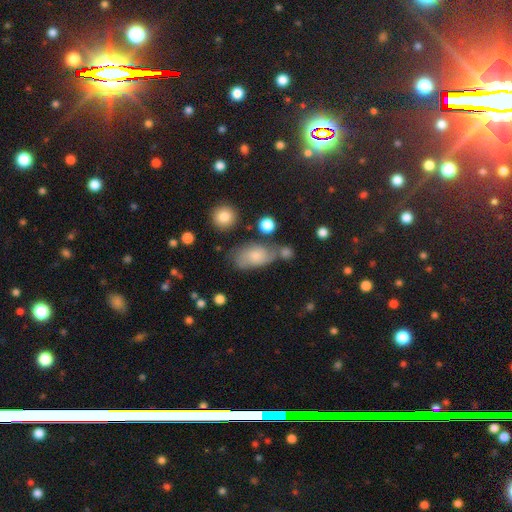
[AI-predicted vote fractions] Smooth or featured? Predicted: smooth (p=0.63). How rounded? Predicted: in between (p=0.86). Merging? Predicted: none (p=0.46).